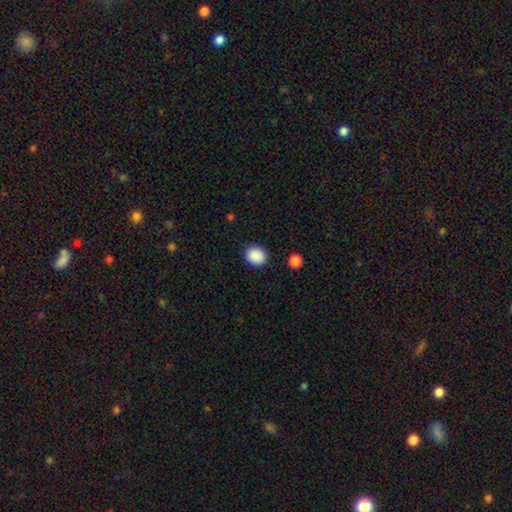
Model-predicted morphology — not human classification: type=smooth (89%); roundness=round (75%); merging=none (89%).